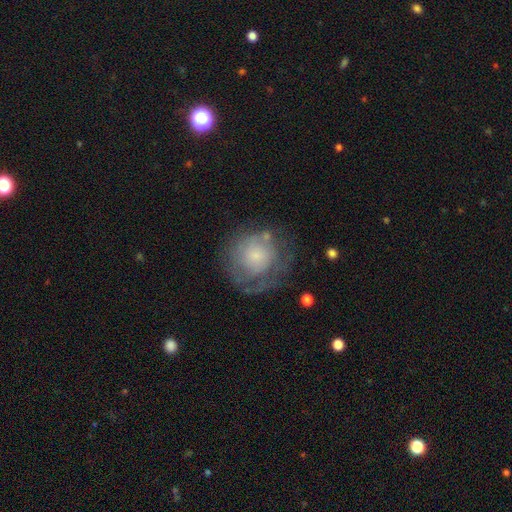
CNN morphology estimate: smooth-or-featured: smooth: 46% | featured or disk: 45% | star or artifact: 9%
  merging: none: 53% | minor disturbance: 23% | major disturbance: 21% | merger: 3%